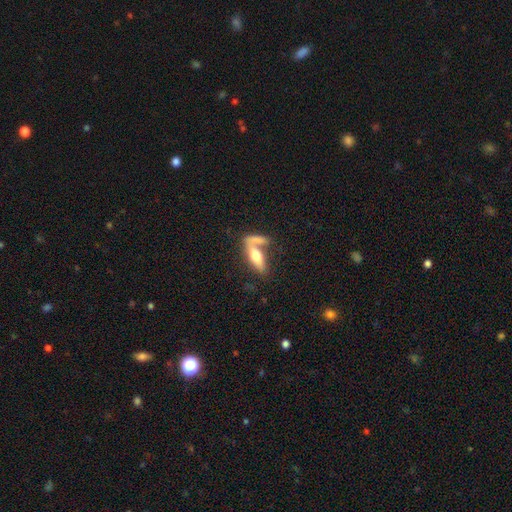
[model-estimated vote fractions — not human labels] Smooth or featured? Predicted: smooth (p=0.62). How rounded? Predicted: in between (p=0.55). Merging? Predicted: merger (p=0.44).